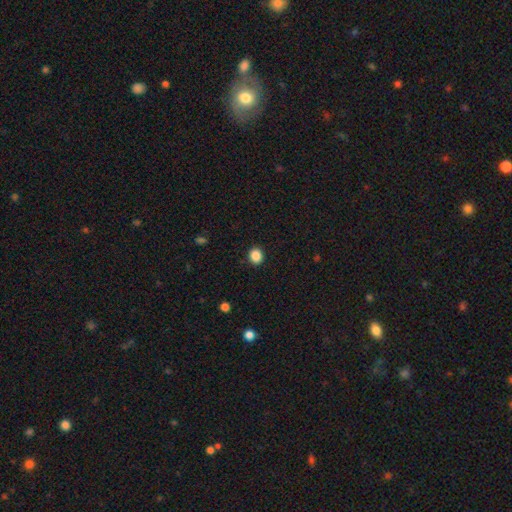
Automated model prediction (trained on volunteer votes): Q: Smooth or featured?
A: smooth (87%); runner-up: star or artifact (10%)
Q: How rounded?
A: round (72%); runner-up: in between (27%)
Q: Merging?
A: none (91%); runner-up: minor disturbance (6%)